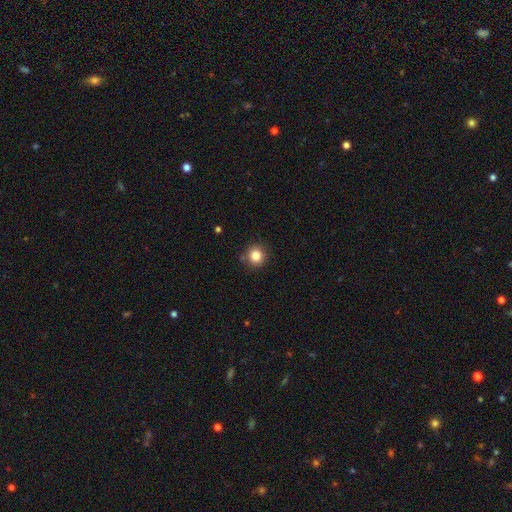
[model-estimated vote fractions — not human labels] Smooth or featured?
  - smooth: 83% *
  - star or artifact: 11%
  - featured or disk: 6%
How rounded?
  - round: 92% *
  - in between: 7%
  - cigar-shaped: 1%
Merging?
  - none: 86% *
  - minor disturbance: 9%
  - merger: 3%
  - major disturbance: 2%